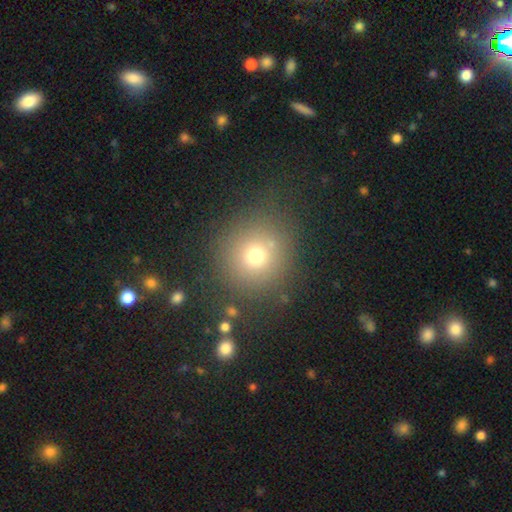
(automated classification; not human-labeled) This appears to be a smooth galaxy with no disk features (70%) that is round (90%). Merging: none (81%).